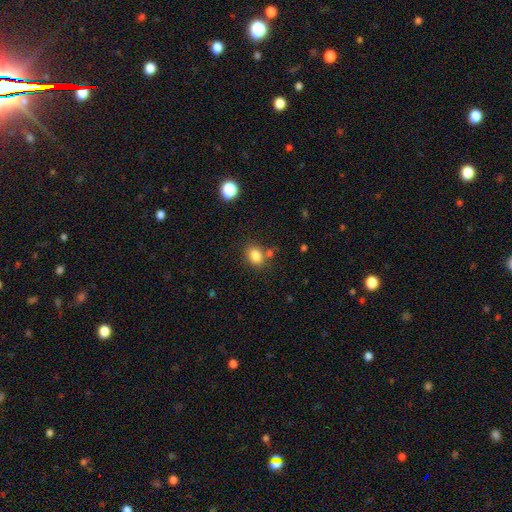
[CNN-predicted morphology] smooth 83%, star or artifact 11%, featured or disk 6%. Down the decision tree: how rounded — in between (59%); merging — none (74%).